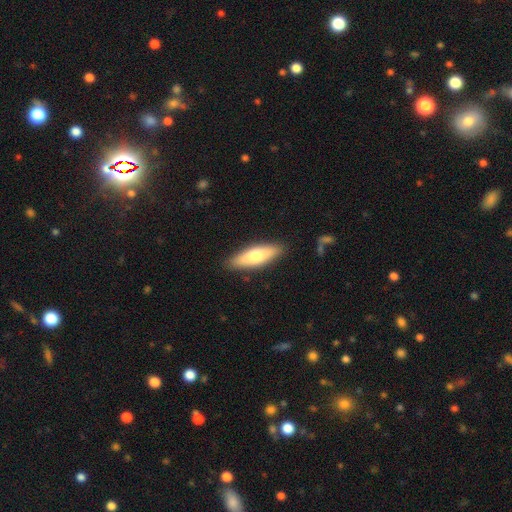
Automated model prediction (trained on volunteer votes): Overall: smooth (66%; featured or disk 29%). How rounded: cigar-shaped (53%; in between 45%). Merging: none (88%).